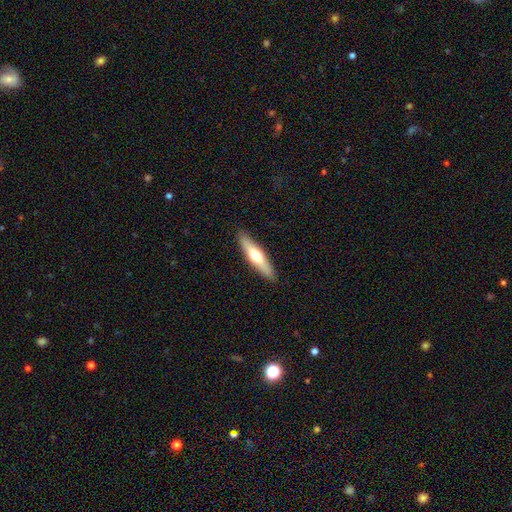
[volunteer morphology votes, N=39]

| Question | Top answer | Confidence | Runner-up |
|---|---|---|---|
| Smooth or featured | smooth | 59% | featured or disk (36%) |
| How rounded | cigar-shaped | 78% | in between (22%) |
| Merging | none | 95% | minor disturbance (5%) |